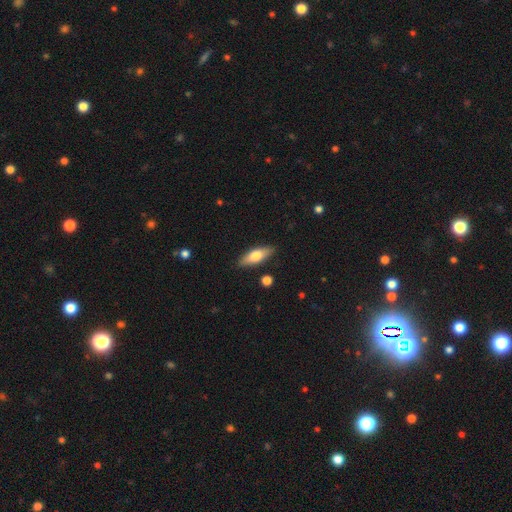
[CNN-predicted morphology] This is likely a smooth galaxy (65%). How rounded: possibly in between (59%). Merging: clearly none (87%).